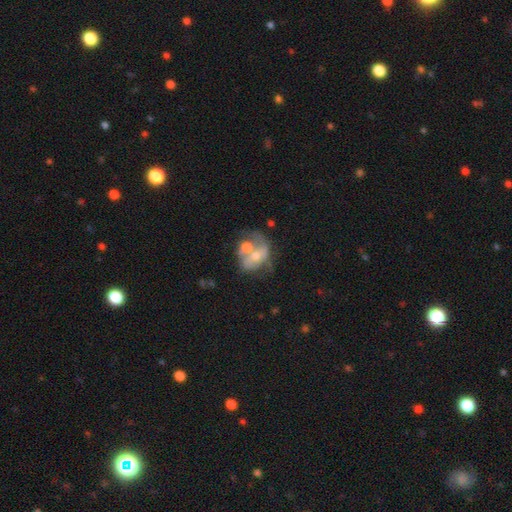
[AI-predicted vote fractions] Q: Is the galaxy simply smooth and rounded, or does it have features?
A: featured or disk — 54%.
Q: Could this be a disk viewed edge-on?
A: no — 97%.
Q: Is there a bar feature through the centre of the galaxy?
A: no — 76%.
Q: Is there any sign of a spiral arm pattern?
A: no — 66%.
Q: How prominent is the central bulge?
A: moderate — 60%.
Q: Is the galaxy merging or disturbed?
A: merger — 50%.